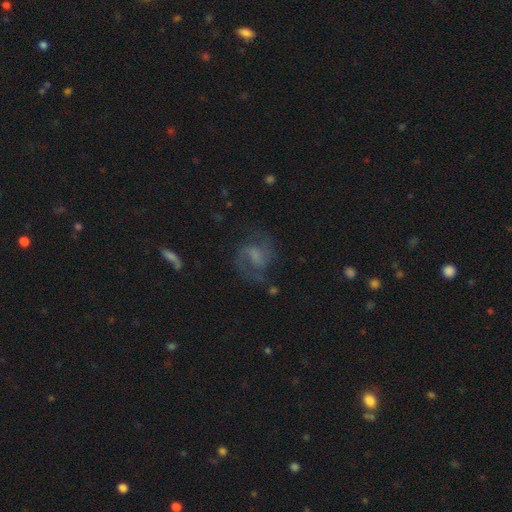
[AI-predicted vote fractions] smooth_or_featured: featured or disk (p=0.71) [alt: smooth p=0.18]
disk_edge_on: no (p=0.97) [alt: yes p=0.03]
bar: weak (p=0.49) [alt: no p=0.36]
has_spiral_arms: yes (p=0.91) [alt: no p=0.09]
spiral_winding: medium (p=0.54) [alt: loose p=0.28]
spiral_arm_count: 2 (p=0.84) [alt: can't tell p=0.07]
bulge_size: none (p=0.39) [alt: small p=0.27]
merging: none (p=0.64) [alt: minor disturbance p=0.18]